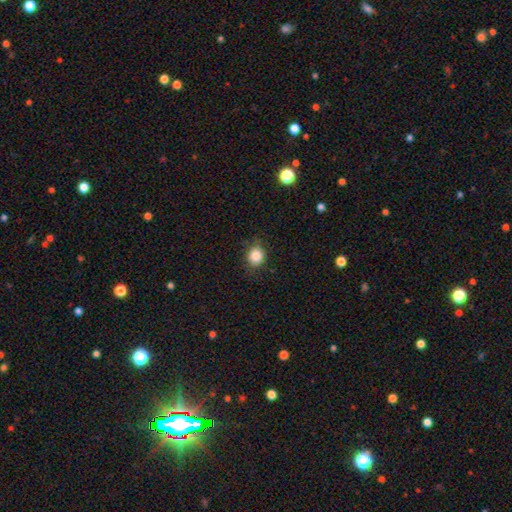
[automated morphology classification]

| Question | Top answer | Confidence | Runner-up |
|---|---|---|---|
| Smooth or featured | smooth | 85% | star or artifact (10%) |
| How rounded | round | 68% | in between (31%) |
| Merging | none | 76% | minor disturbance (19%) |